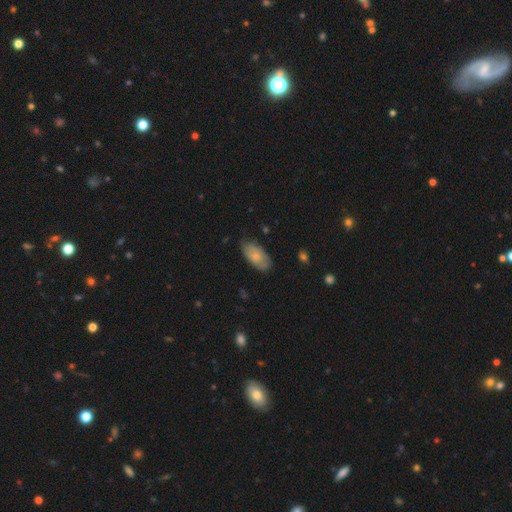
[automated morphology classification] A smooth galaxy with no disk features (70%) that is in between round and cigar-shaped (93%).

Vote fractions:
- Smooth or featured? smooth: 70% / featured or disk: 24% / star or artifact: 6%
- How rounded? in between: 93% / cigar-shaped: 4% / round: 3%
- Merging? none: 69% / minor disturbance: 25% / major disturbance: 4% / merger: 1%